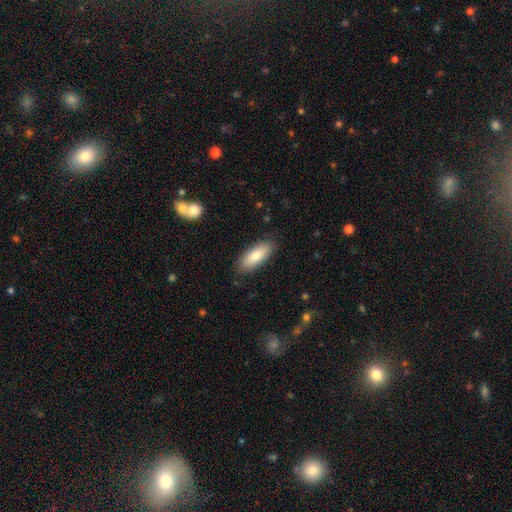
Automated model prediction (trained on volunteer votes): A smooth galaxy with no disk features (79%) that is in between round and cigar-shaped (77%). Merging: none (86%).